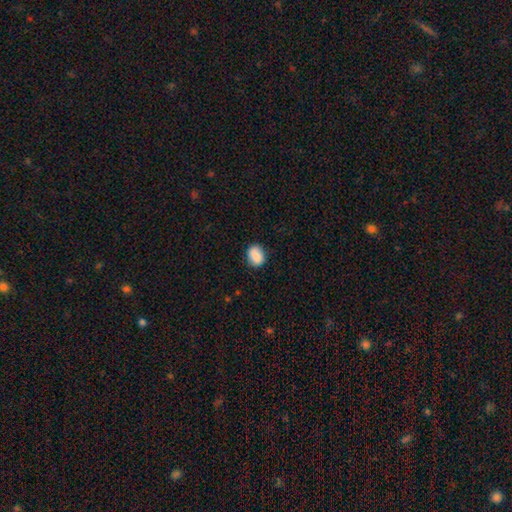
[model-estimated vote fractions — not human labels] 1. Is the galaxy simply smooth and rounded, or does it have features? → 84% smooth, 8% star or artifact, 8% featured or disk.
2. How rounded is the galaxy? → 50% in between, 49% round, 1% cigar-shaped.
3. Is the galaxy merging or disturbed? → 79% none, 16% minor disturbance, 3% major disturbance, 1% merger.